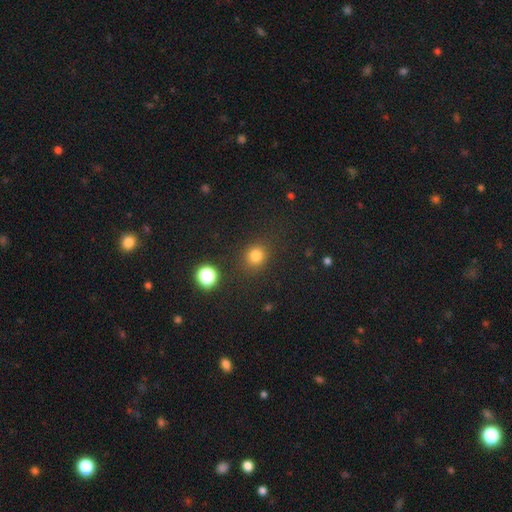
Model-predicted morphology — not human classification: Overall: smooth (78%). How rounded: round (84%). Merging: none (85%).